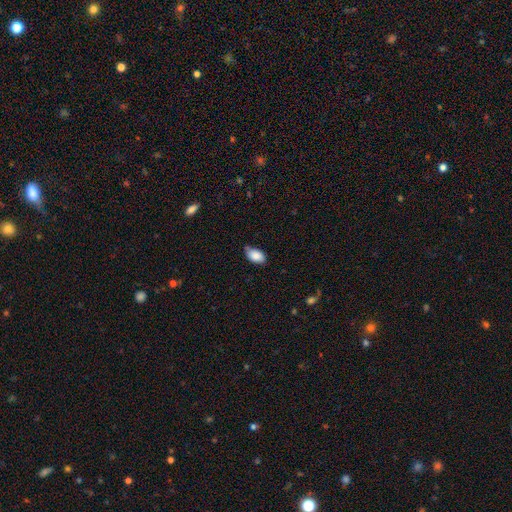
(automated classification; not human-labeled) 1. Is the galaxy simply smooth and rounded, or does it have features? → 87% smooth, 7% star or artifact, 6% featured or disk.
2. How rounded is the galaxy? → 93% in between, 5% round, 2% cigar-shaped.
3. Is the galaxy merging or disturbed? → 68% none, 26% minor disturbance, 4% major disturbance, 3% merger.